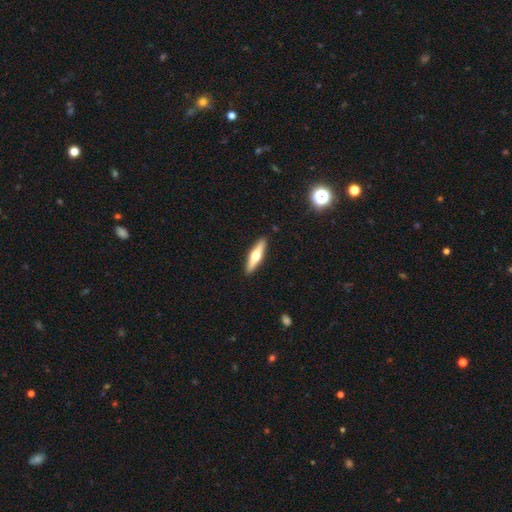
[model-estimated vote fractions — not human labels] Overall: featured or disk (56%; smooth 38%). Edge-on disk: yes (94%). Edge-on bulge: rounded (95%). Merging: none (91%).